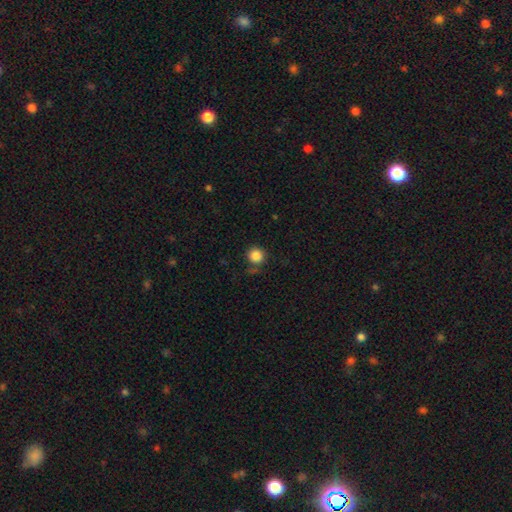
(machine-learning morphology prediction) smooth_or_featured: smooth (p=0.86) [alt: star or artifact p=0.10]
how_rounded: round (p=0.93) [alt: in between p=0.06]
merging: none (p=0.80) [alt: minor disturbance p=0.12]